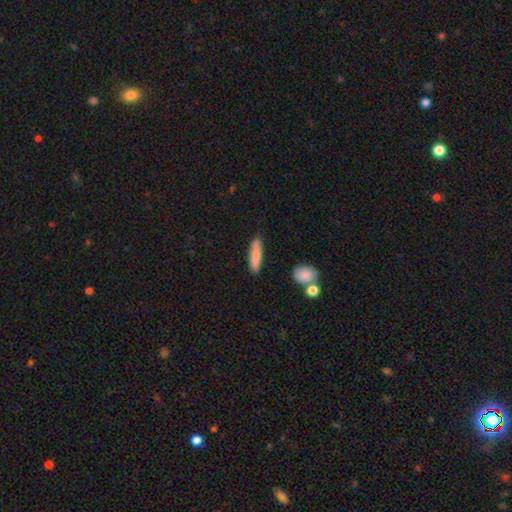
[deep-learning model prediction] This is likely a smooth galaxy (80%). How rounded: clearly cigar-shaped (80%). Merging: clearly none (81%).